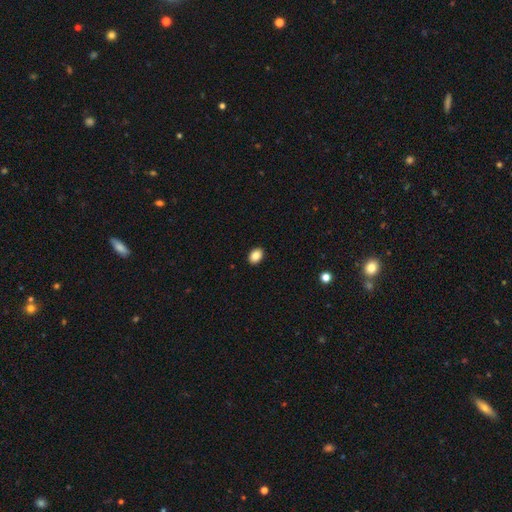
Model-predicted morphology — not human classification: Smooth or featured? smooth (87%)
How rounded? in between (76%)
Merging? none (91%)